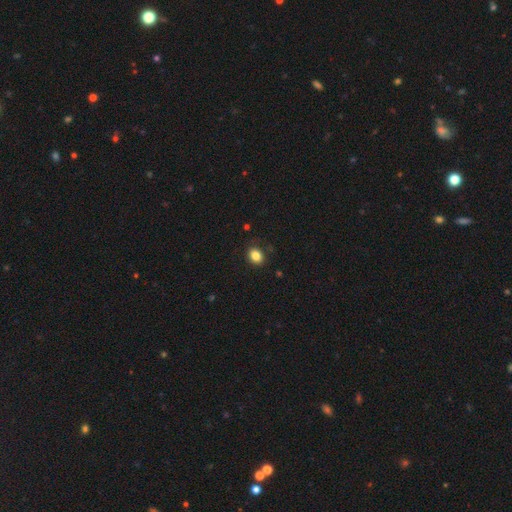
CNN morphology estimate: Q: Smooth or featured?
A: smooth (85%); runner-up: star or artifact (10%)
Q: How rounded?
A: in between (57%); runner-up: round (42%)
Q: Merging?
A: none (84%); runner-up: minor disturbance (12%)